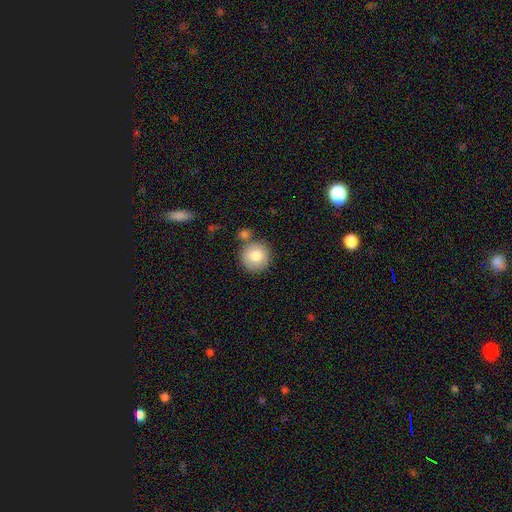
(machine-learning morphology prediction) smooth 81%, featured or disk 11%, star or artifact 8%. Down the decision tree: how rounded — round (94%); merging — none (74%).